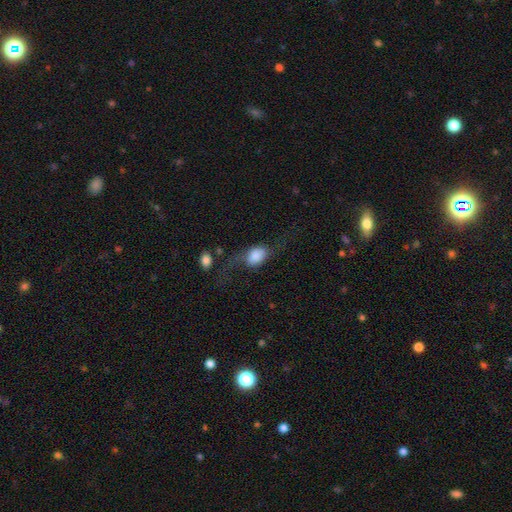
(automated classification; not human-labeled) A smooth galaxy with no disk features (66%) that is in between round and cigar-shaped (78%). Merging: major disturbance (41%).